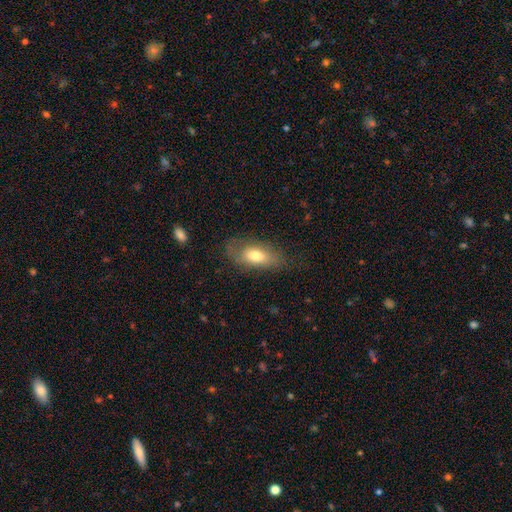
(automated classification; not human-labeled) A smooth galaxy with no disk features (71%) that is in between round and cigar-shaped (84%).

Vote fractions:
- Smooth or featured? smooth: 71% / featured or disk: 21% / star or artifact: 8%
- How rounded? in between: 84% / cigar-shaped: 10% / round: 5%
- Merging? none: 68% / minor disturbance: 21% / major disturbance: 10% / merger: 2%